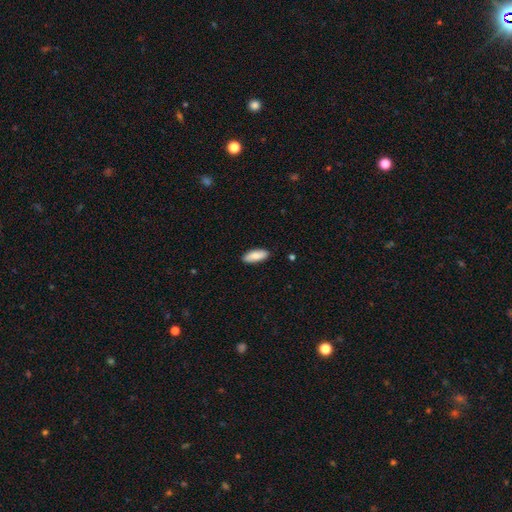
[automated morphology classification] A smooth galaxy with no disk features (84%) that is in between round and cigar-shaped (78%). Merging: none (88%).